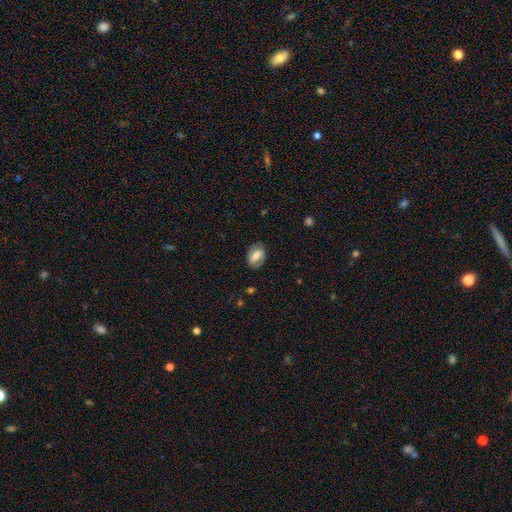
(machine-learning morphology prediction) Smooth or featured: smooth — 60% (featured or disk — 33%)
How rounded: in between — 85% (round — 13%)
Merging: none — 78% (minor disturbance — 16%)